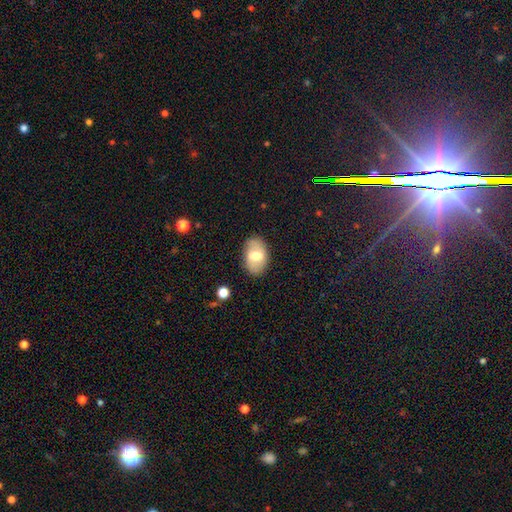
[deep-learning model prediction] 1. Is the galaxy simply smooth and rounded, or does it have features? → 60% smooth, 33% featured or disk, 7% star or artifact.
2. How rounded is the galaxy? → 90% in between, 9% round, 1% cigar-shaped.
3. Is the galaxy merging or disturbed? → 84% none, 12% minor disturbance, 3% major disturbance, 1% merger.